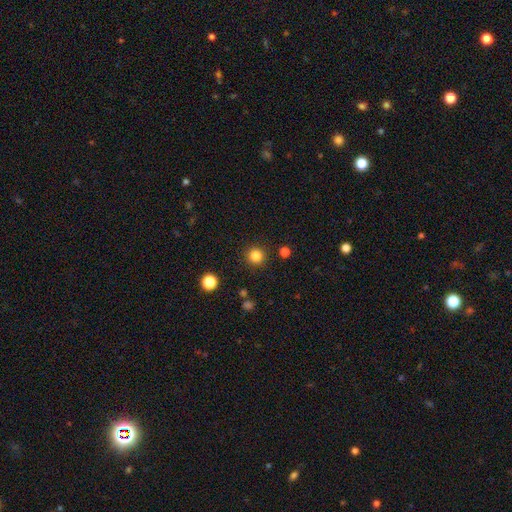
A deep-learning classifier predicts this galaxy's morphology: smooth 83%, star or artifact 13%, featured or disk 4%. Down the decision tree: how rounded — round (94%); merging — none (91%).